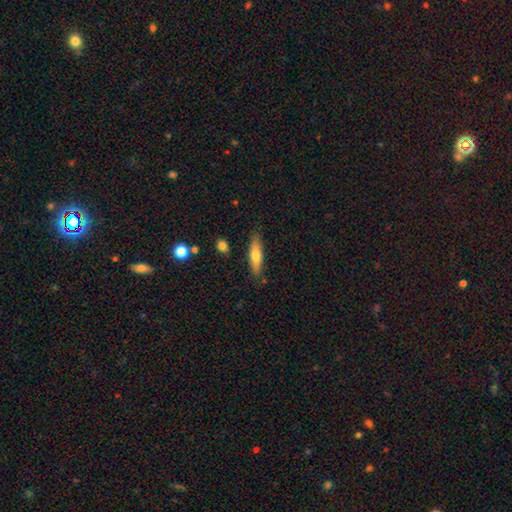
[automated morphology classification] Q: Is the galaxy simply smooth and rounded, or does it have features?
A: smooth — 64%.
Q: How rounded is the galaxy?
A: cigar-shaped — 68%.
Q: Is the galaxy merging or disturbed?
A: none — 83%.